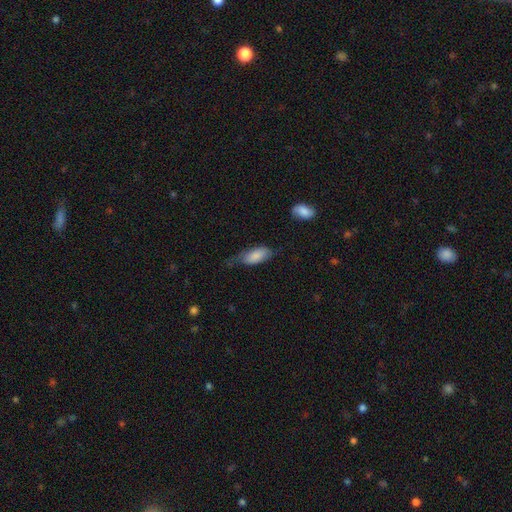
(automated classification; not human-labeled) A smooth galaxy with no disk features (81%) that is in between round and cigar-shaped (87%). Merging: none (40%).